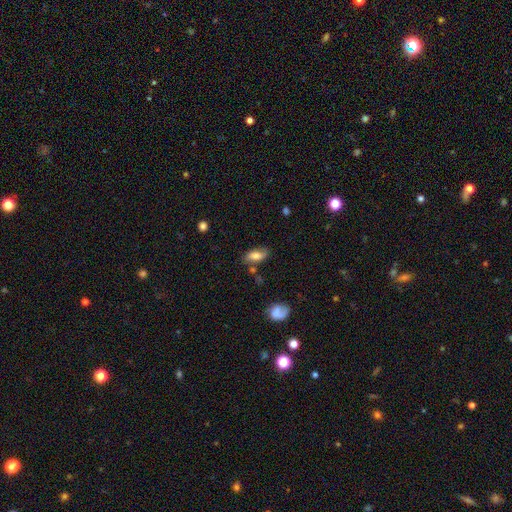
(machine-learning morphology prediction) A smooth galaxy with no disk features (66%) that is in between round and cigar-shaped (87%). Merging: none (66%).